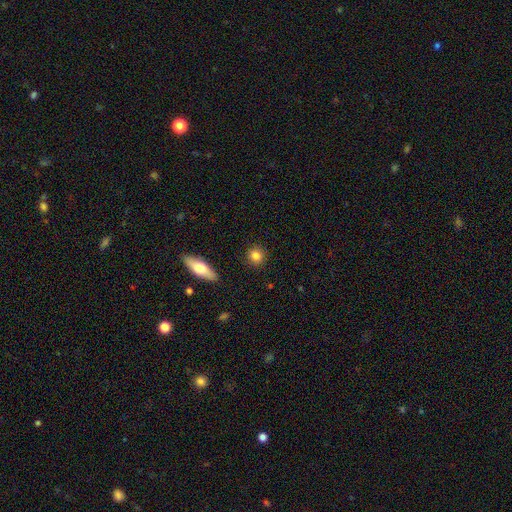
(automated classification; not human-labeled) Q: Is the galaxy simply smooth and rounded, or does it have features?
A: smooth — 83%.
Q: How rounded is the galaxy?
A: round — 86%.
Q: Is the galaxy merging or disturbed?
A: none — 90%.